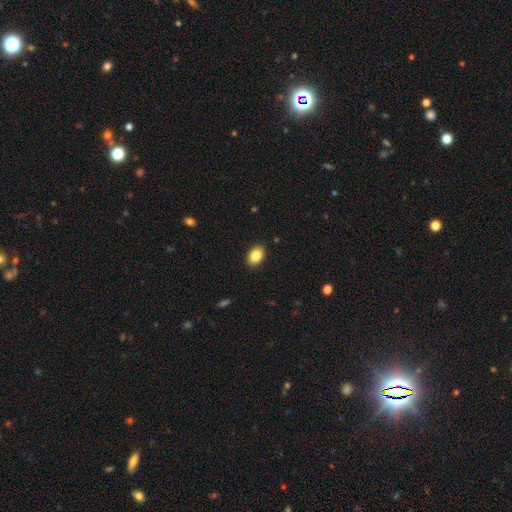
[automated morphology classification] Smooth or featured: smooth — 87% (star or artifact — 8%)
How rounded: in between — 82% (round — 17%)
Merging: none — 89% (minor disturbance — 8%)